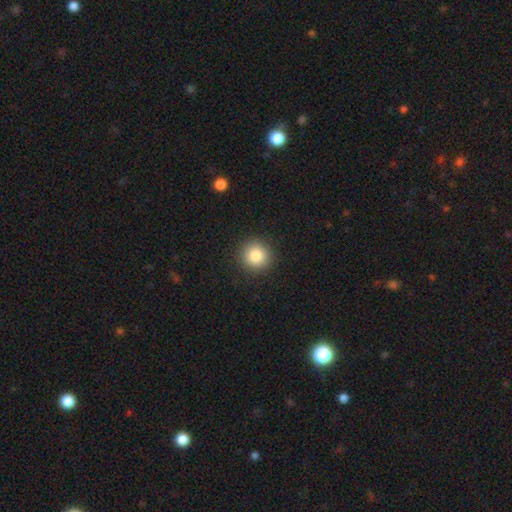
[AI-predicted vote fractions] Overall: smooth (85%). How rounded: round (95%). Merging: none (92%).